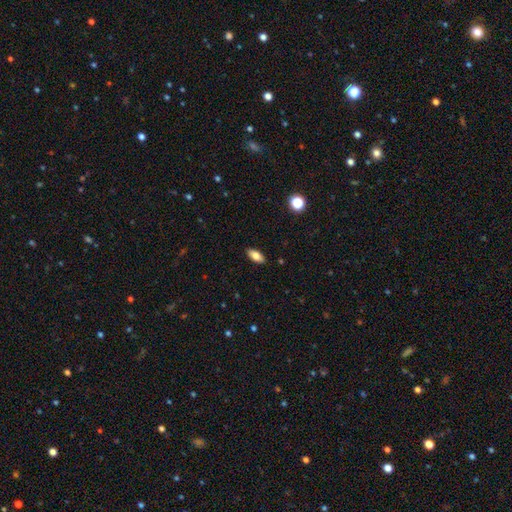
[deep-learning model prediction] Smooth or featured: smooth — 79% (featured or disk — 13%)
How rounded: in between — 87% (cigar-shaped — 10%)
Merging: none — 89% (minor disturbance — 8%)